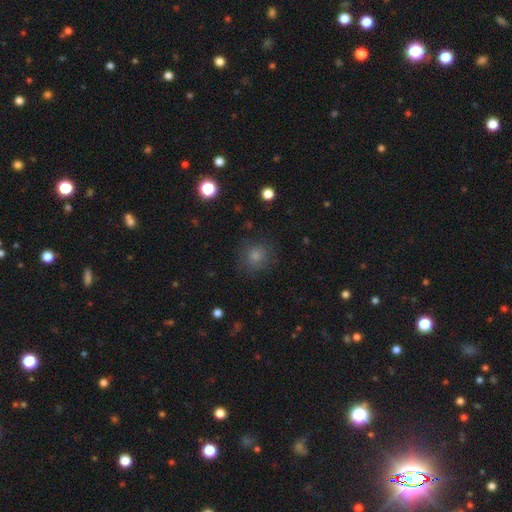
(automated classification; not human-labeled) Overall: smooth (80%). How rounded: round (88%). Merging: none (78%).